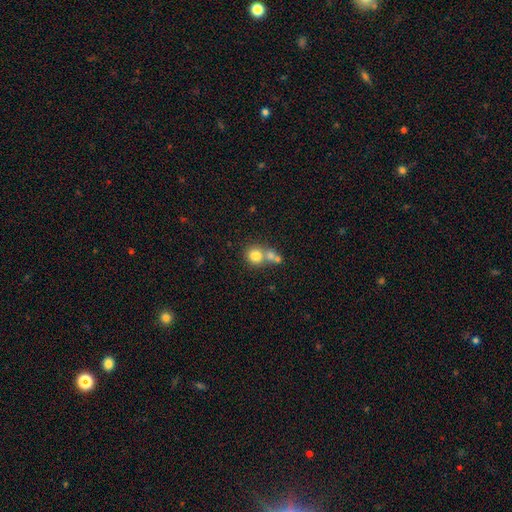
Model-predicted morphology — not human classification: smooth 78%, featured or disk 12%, star or artifact 11%. Down the decision tree: how rounded — round (83%); merging — merger (46%).